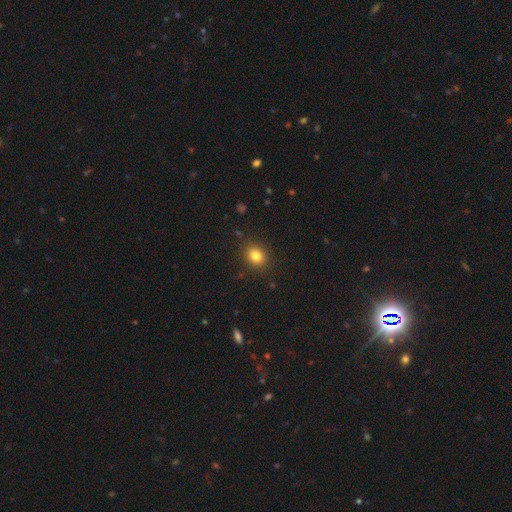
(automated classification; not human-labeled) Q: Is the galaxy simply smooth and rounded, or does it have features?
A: smooth — 82%.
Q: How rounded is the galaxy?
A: round — 60%.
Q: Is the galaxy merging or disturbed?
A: none — 87%.